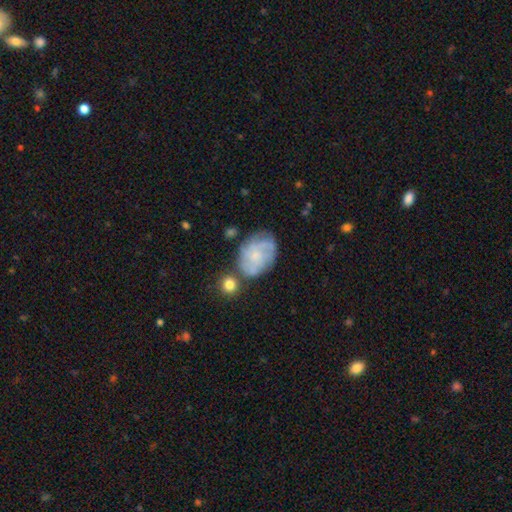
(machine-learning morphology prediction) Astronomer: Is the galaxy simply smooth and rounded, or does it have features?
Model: featured or disk — 60%.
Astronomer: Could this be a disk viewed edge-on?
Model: no — 97%.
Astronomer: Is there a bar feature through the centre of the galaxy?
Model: no — 79%.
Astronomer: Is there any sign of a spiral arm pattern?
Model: yes — 78%.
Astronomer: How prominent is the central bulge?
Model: small — 64%.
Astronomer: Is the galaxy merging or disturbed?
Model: none — 56%.